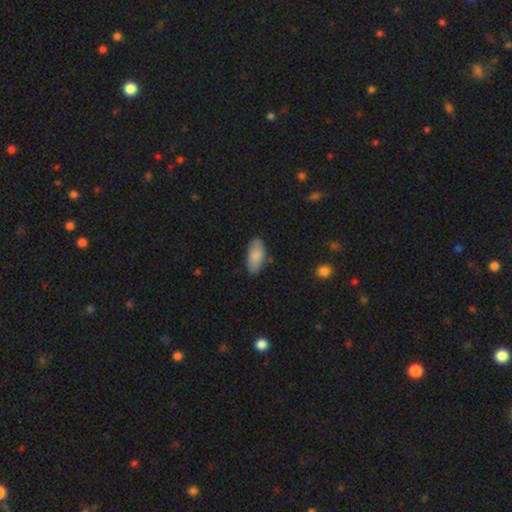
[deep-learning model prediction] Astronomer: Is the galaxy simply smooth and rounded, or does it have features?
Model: smooth — 83%.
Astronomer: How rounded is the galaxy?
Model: in between — 92%.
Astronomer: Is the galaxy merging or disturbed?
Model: none — 76%.